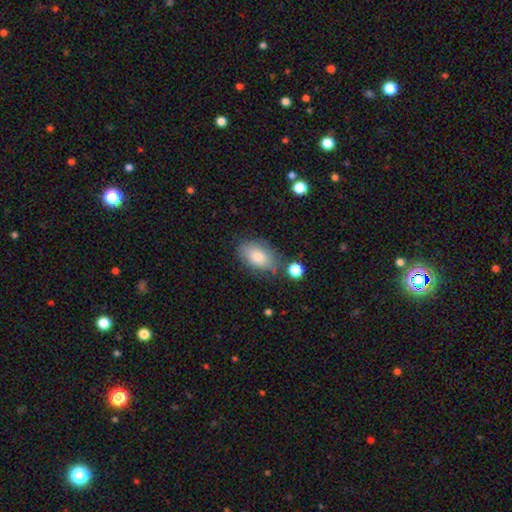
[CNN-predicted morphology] Smooth or featured: smooth — 79% (featured or disk — 13%)
How rounded: in between — 90% (round — 8%)
Merging: none — 71% (minor disturbance — 19%)